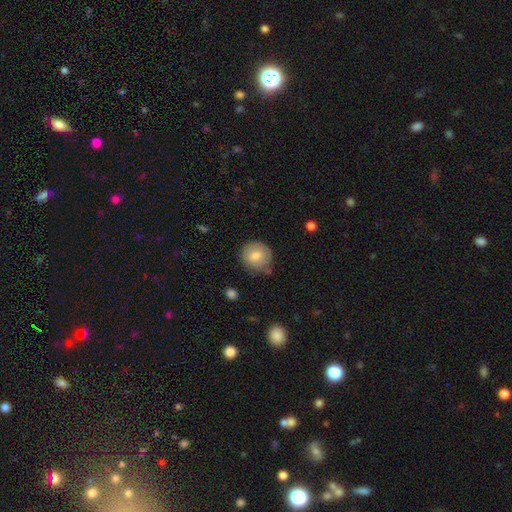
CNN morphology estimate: A smooth galaxy with no disk features (79%) that is round (92%). Merging: none (77%).